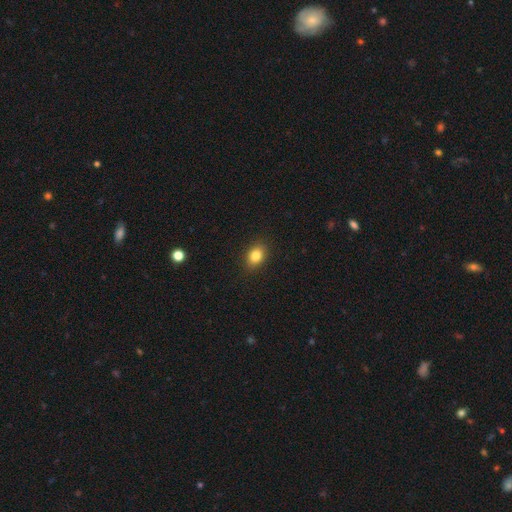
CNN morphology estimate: A smooth galaxy with no disk features (83%) that is in between round and cigar-shaped (67%).

Vote fractions:
- Smooth or featured? smooth: 83% / star or artifact: 10% / featured or disk: 7%
- How rounded? in between: 67% / round: 31% / cigar-shaped: 1%
- Merging? none: 89% / minor disturbance: 8% / major disturbance: 2% / merger: 1%